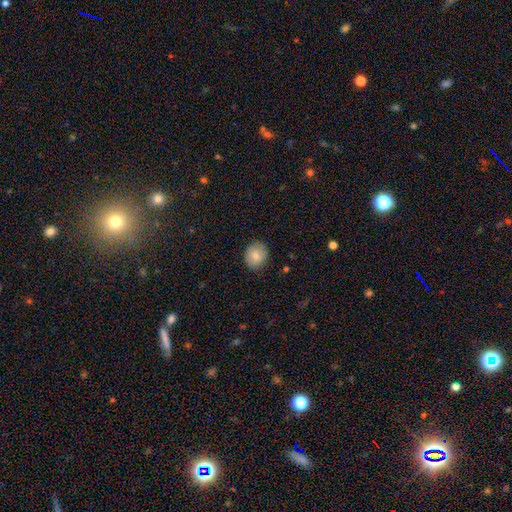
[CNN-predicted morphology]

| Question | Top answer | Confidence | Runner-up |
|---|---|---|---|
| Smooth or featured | smooth | 82% | featured or disk (10%) |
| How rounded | round | 61% | in between (38%) |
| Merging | none | 85% | minor disturbance (12%) |